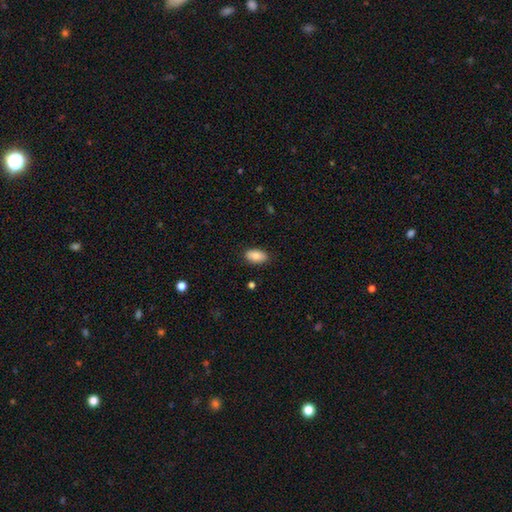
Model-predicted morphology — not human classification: Smooth or featured: smooth — 87% (star or artifact — 7%)
How rounded: in between — 93% (round — 4%)
Merging: none — 86% (minor disturbance — 10%)